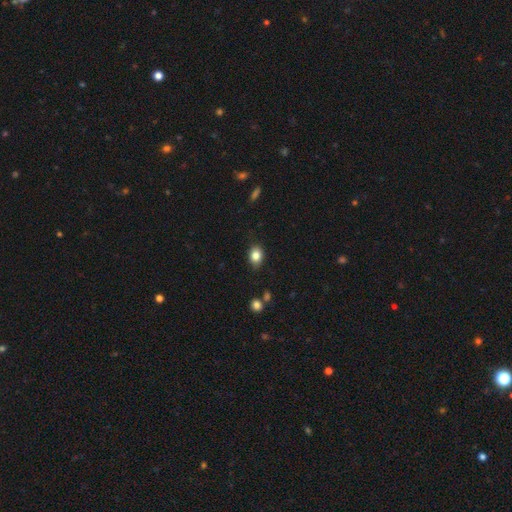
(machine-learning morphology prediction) smooth-or-featured: smooth: 84% | star or artifact: 9% | featured or disk: 7%
  how-rounded: in between: 66% | round: 33% | cigar-shaped: 1%
  merging: none: 85% | minor disturbance: 11% | major disturbance: 2% | merger: 2%